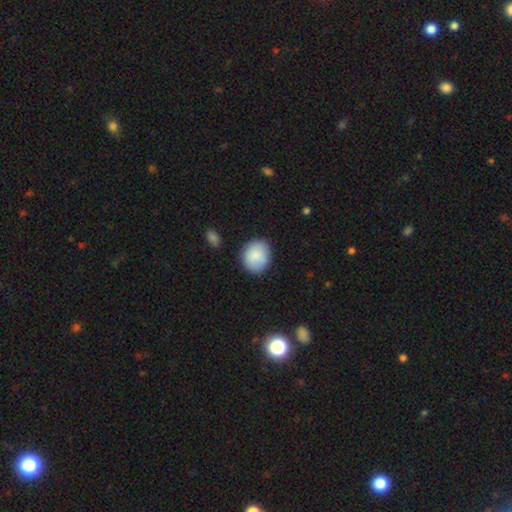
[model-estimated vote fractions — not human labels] This is clearly a smooth galaxy (87%). How rounded: likely round (71%). Merging: clearly none (84%).